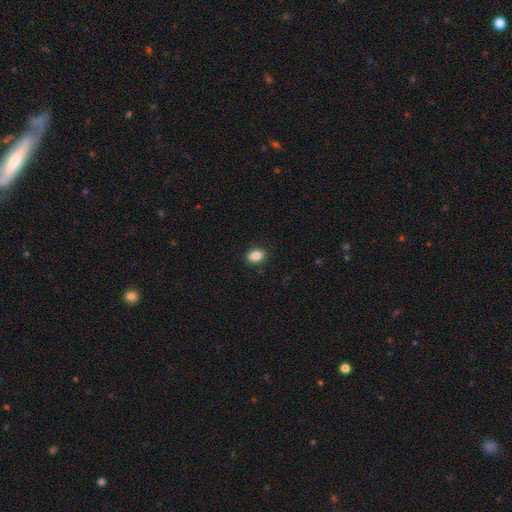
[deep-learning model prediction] smooth 87%, star or artifact 9%, featured or disk 4%. Down the decision tree: how rounded — in between (66%); merging — none (89%).